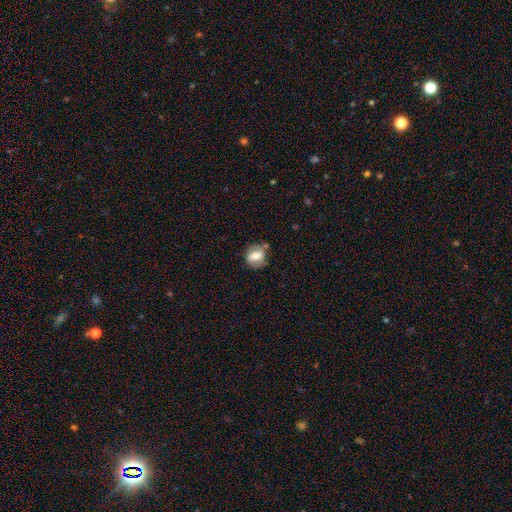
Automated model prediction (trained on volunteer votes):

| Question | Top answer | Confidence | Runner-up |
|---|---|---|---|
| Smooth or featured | smooth | 55% | featured or disk (37%) |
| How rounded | in between | 50% | round (48%) |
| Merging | none | 59% | minor disturbance (24%) |